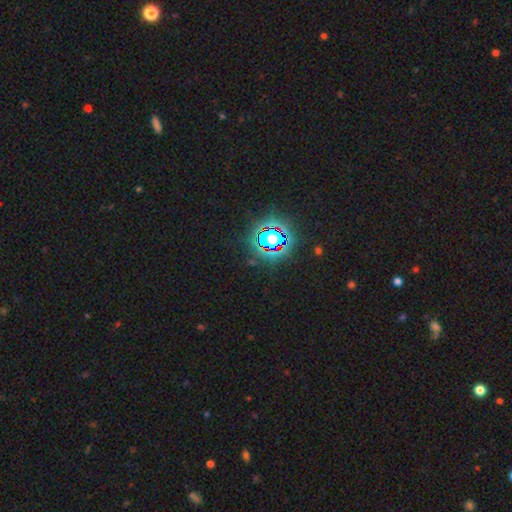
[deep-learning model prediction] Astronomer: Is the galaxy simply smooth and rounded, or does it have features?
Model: star or artifact — 84%.